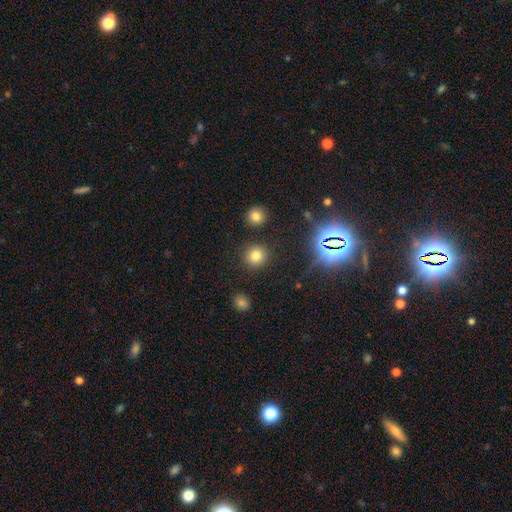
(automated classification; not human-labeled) smooth-or-featured: smooth: 77% | star or artifact: 16% | featured or disk: 7%
  how-rounded: round: 93% | in between: 6% | cigar-shaped: 1%
  merging: none: 88% | minor disturbance: 6% | merger: 3% | major disturbance: 3%